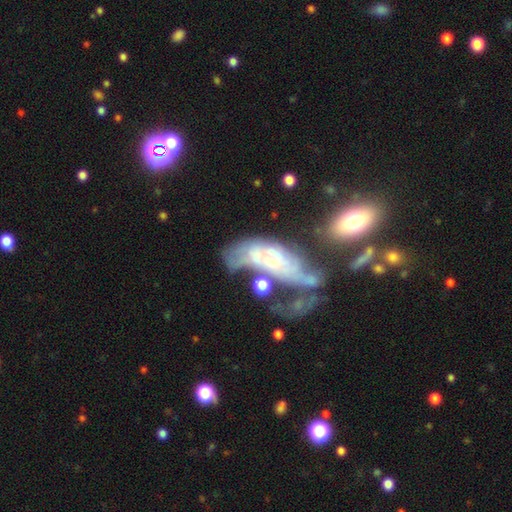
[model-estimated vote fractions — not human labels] A featured or disk galaxy (65%) with no bar (79%), no spiral arms (55%) and a small central bulge (49%). Merging: merger (34%, tied with major disturbance).